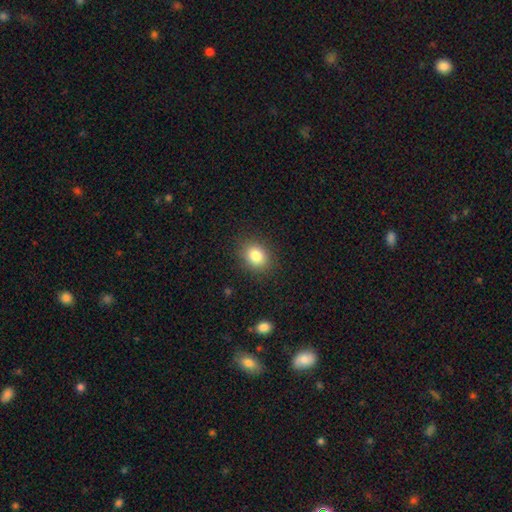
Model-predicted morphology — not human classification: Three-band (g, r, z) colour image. It shows a smooth galaxy with no disk features (83%) that is round (52%). Merging: none (87%).